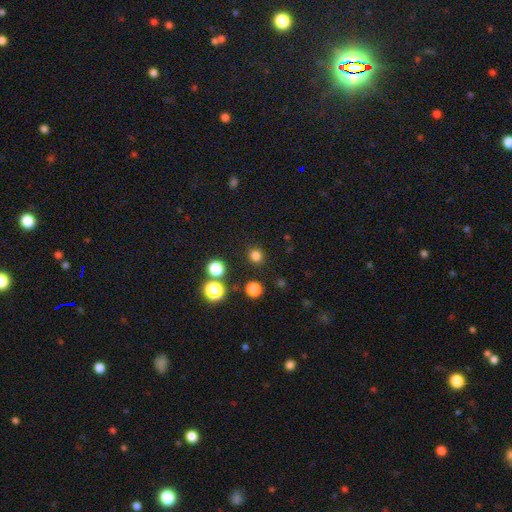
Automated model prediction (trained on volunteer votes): Q: Smooth or featured?
A: smooth (79%); runner-up: star or artifact (17%)
Q: How rounded?
A: round (87%); runner-up: in between (12%)
Q: Merging?
A: none (88%); runner-up: minor disturbance (7%)